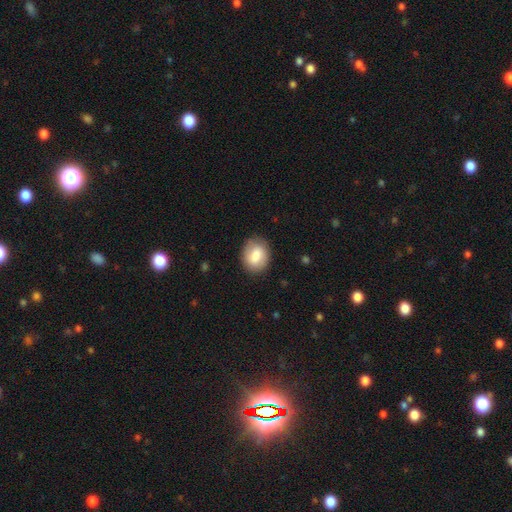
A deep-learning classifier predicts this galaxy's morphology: This appears to be a smooth galaxy with no disk features (78%) that is in between round and cigar-shaped (61%). Merging: none (85%).